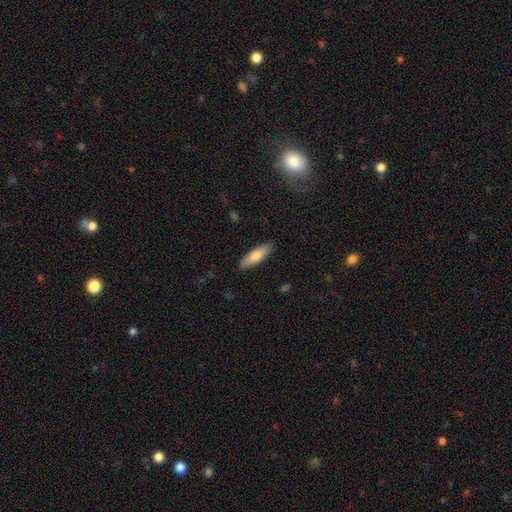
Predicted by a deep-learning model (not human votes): smooth_or_featured: smooth (p=0.73) [alt: featured or disk p=0.21]
how_rounded: cigar-shaped (p=0.56) [alt: in between p=0.42]
merging: none (p=0.89) [alt: minor disturbance p=0.08]